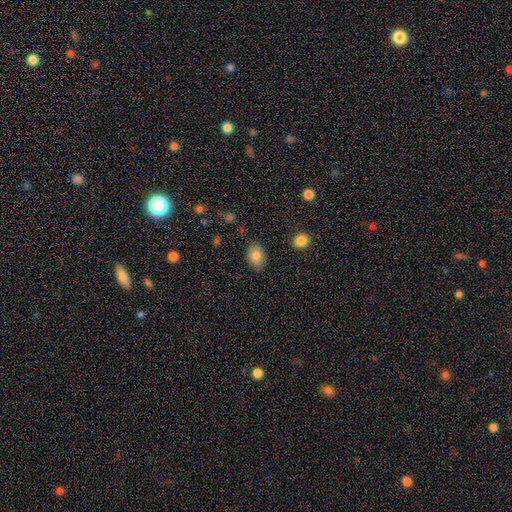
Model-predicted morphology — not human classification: Smooth or featured: smooth — 82% (featured or disk — 10%)
How rounded: in between — 82% (round — 17%)
Merging: none — 84% (minor disturbance — 12%)